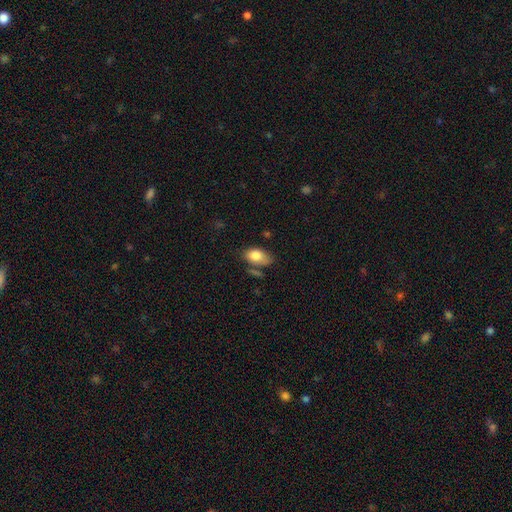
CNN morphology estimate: smooth 81%, featured or disk 11%, star or artifact 7%. Down the decision tree: how rounded — in between (90%); merging — none (55%).